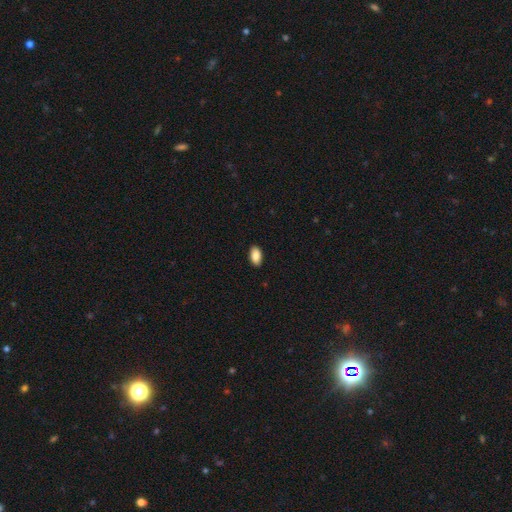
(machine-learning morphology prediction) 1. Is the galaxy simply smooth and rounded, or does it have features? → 88% smooth, 7% star or artifact, 5% featured or disk.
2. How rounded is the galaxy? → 94% in between, 4% round, 2% cigar-shaped.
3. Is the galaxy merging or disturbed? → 89% none, 8% minor disturbance, 2% major disturbance, 1% merger.